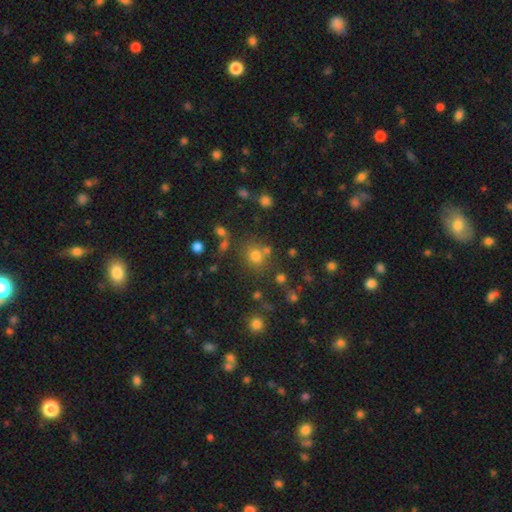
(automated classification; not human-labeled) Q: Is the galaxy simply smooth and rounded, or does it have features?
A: smooth — 72%.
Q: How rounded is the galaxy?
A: round — 83%.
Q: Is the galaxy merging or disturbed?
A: none — 71%.